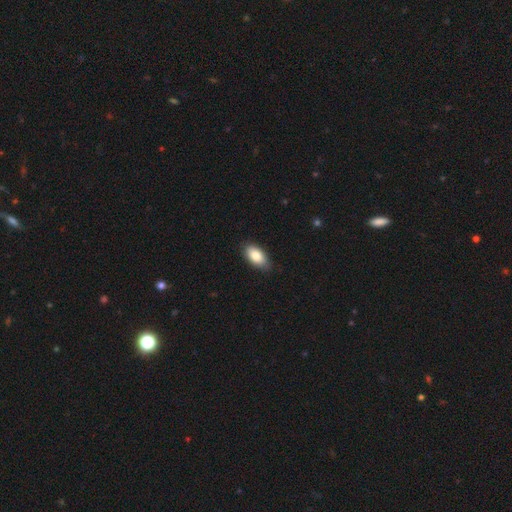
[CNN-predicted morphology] Smooth or featured: smooth — 84% (featured or disk — 10%)
How rounded: in between — 93% (cigar-shaped — 4%)
Merging: none — 85% (minor disturbance — 12%)